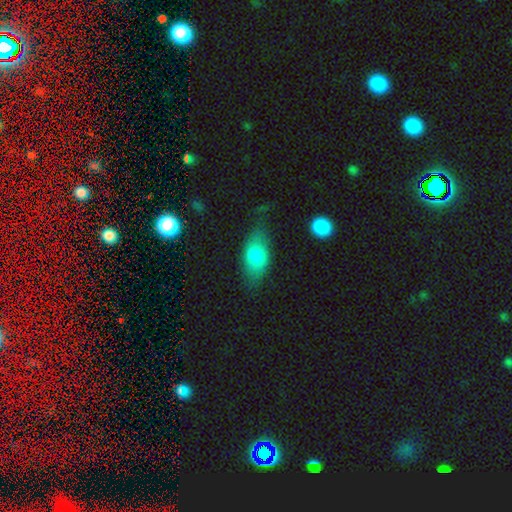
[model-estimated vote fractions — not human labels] The model was most divided on "merging": none: 62%, minor disturbance: 24%, major disturbance: 11%, merger: 3%. More confident: how rounded — in between (81%); smooth or featured — smooth (75%).